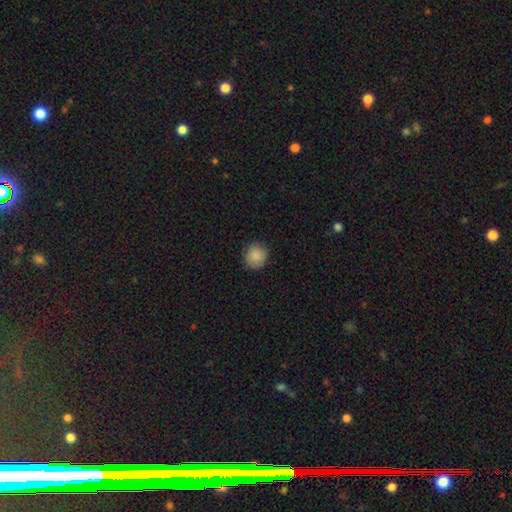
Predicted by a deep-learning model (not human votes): This is clearly a smooth galaxy (87%). How rounded: clearly round (90%). Merging: clearly none (87%).